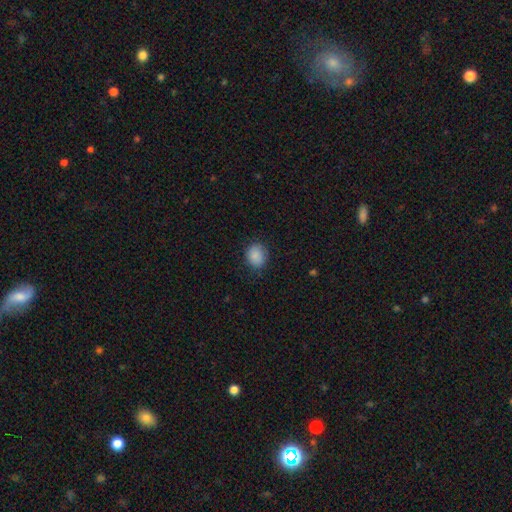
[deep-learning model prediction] Smooth or featured? Predicted: smooth (p=0.87). How rounded? Predicted: round (p=0.65). Merging? Predicted: none (p=0.82).